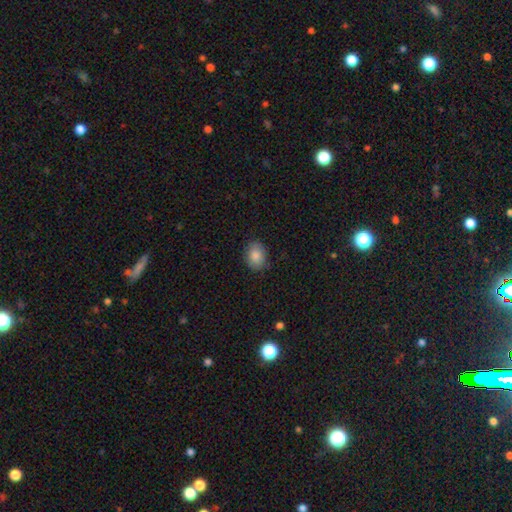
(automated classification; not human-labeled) A smooth galaxy with no disk features (86%) that is in between round and cigar-shaped (60%). Merging: none (85%).